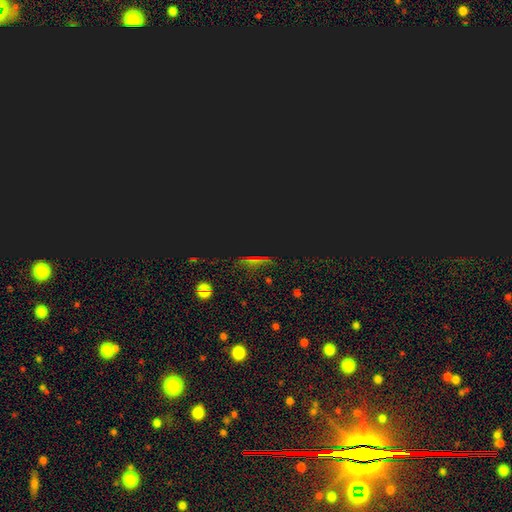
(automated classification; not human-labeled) Smooth or featured?
  - star or artifact: 64% *
  - smooth: 26%
  - featured or disk: 10%